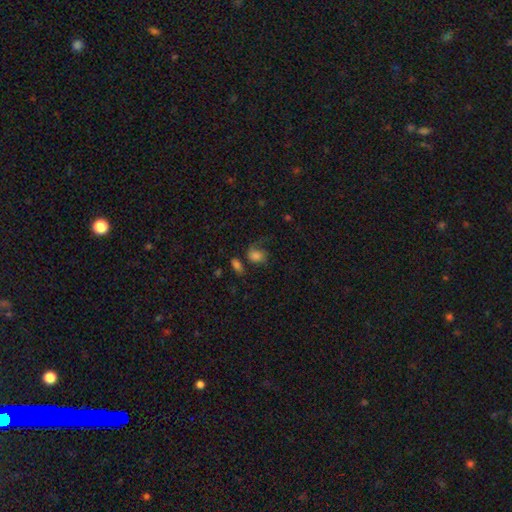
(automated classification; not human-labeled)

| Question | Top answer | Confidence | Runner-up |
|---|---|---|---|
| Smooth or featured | smooth | 71% | featured or disk (17%) |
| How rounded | in between | 54% | round (44%) |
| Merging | none | 37% | major disturbance (29%) |